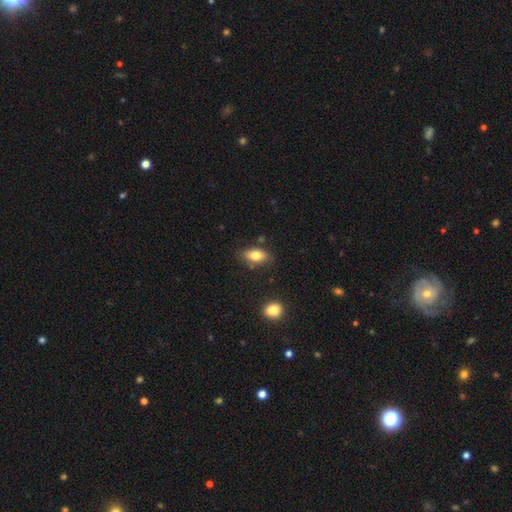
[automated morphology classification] type=smooth (80%); roundness=in between (88%); merging=none (79%).